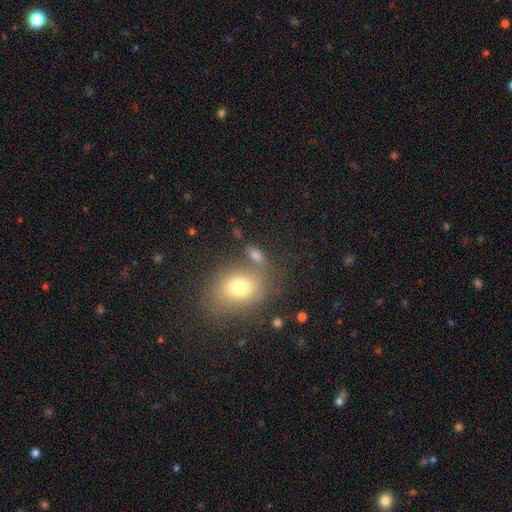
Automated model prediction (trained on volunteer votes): Smooth or featured?
  - smooth: 70% *
  - featured or disk: 16%
  - star or artifact: 14%
How rounded?
  - in between: 69% *
  - round: 26%
  - cigar-shaped: 6%
Merging?
  - none: 57% *
  - merger: 22%
  - minor disturbance: 14%
  - major disturbance: 7%